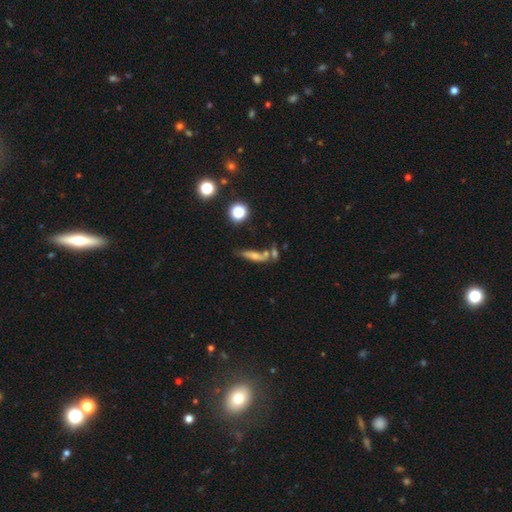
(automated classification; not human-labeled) Morphology: type=smooth (46%); merging=none (42%).